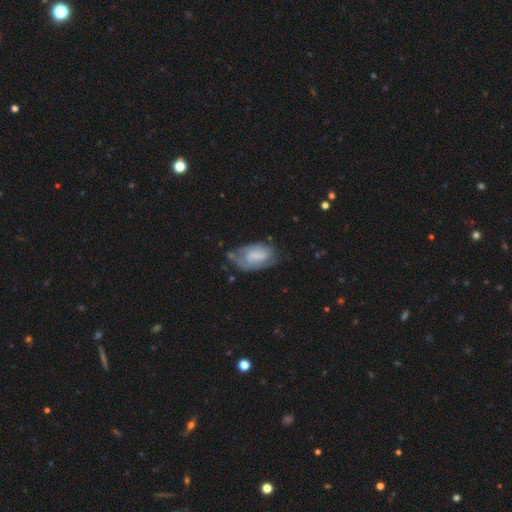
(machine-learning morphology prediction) The model was most divided on "smooth or featured": smooth: 48%, featured or disk: 44%, star or artifact: 8%. Remaining: merging — none (40%).